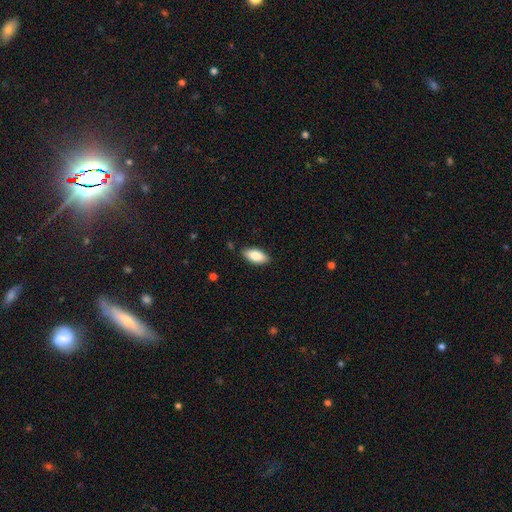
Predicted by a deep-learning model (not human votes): smooth-or-featured: smooth: 84% | featured or disk: 10% | star or artifact: 7%
  how-rounded: in between: 88% | cigar-shaped: 9% | round: 2%
  merging: none: 85% | minor disturbance: 11% | major disturbance: 2% | merger: 1%